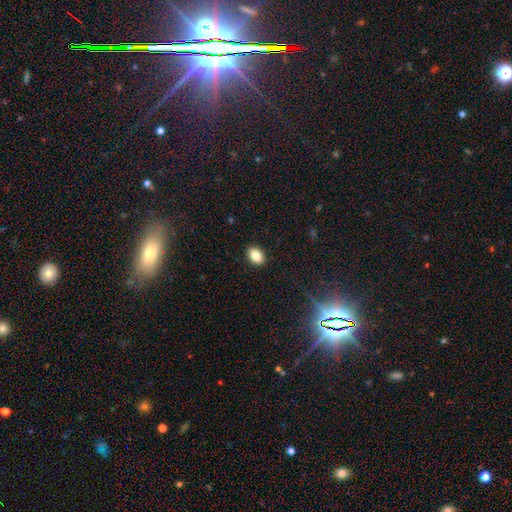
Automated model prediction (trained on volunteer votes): smooth 84%, star or artifact 9%, featured or disk 7%. Down the decision tree: how rounded — in between (79%); merging — none (90%).